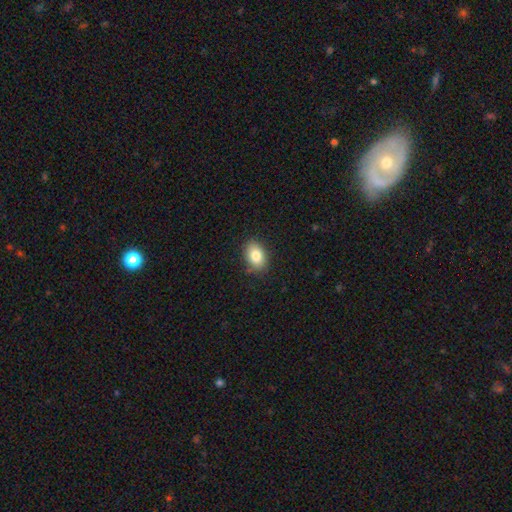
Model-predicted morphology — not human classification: Q: Smooth or featured?
A: smooth (83%); runner-up: featured or disk (9%)
Q: How rounded?
A: in between (84%); runner-up: round (15%)
Q: Merging?
A: none (84%); runner-up: minor disturbance (13%)